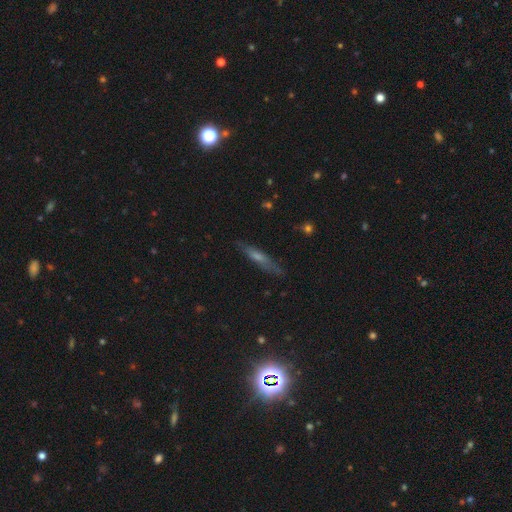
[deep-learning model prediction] This is possibly a featured or disk galaxy (46%). Merging: clearly none (81%).